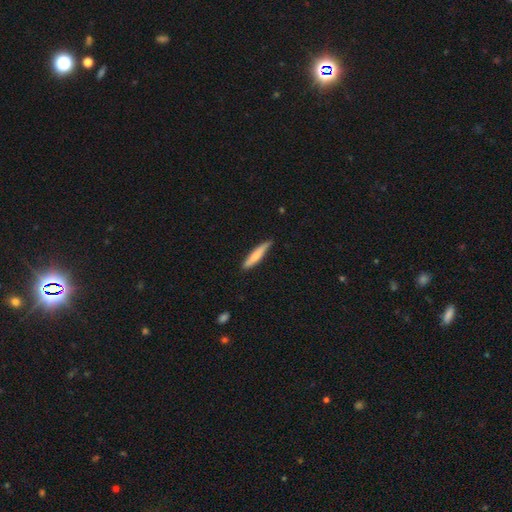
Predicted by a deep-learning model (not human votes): Q: Smooth or featured?
A: smooth (67%); runner-up: featured or disk (28%)
Q: How rounded?
A: cigar-shaped (88%); runner-up: in between (10%)
Q: Merging?
A: none (79%); runner-up: minor disturbance (17%)